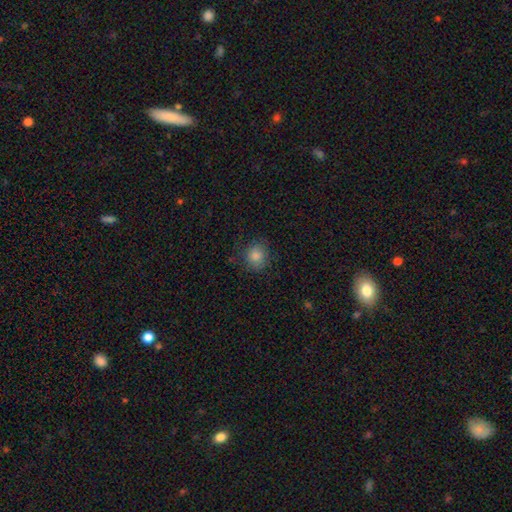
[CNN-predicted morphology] This is clearly a smooth galaxy (82%). How rounded: clearly round (83%). Merging: clearly none (82%).